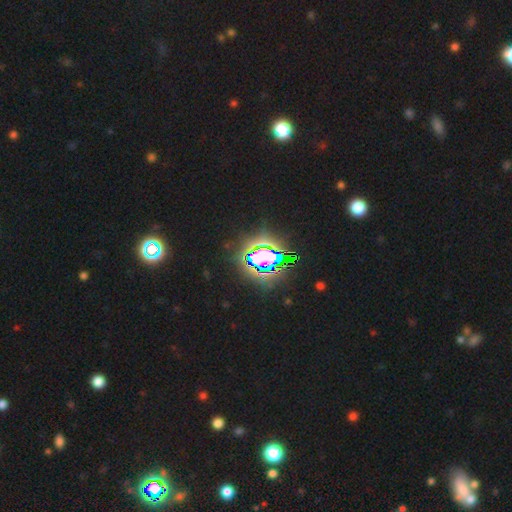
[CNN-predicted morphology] This is likely a star or artifact rather than a galaxy (77%).